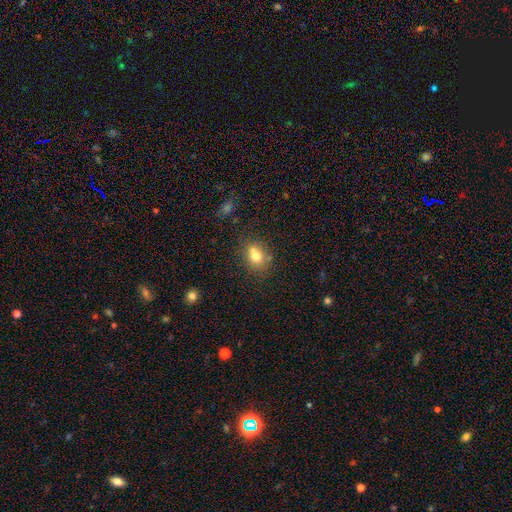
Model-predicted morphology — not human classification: Smooth or featured? smooth (73%)
How rounded? round (54%)
Merging? none (50%)